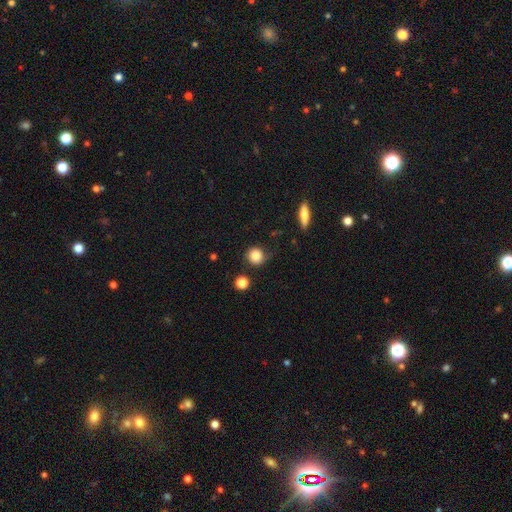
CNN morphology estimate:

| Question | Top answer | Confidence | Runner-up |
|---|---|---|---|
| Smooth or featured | smooth | 84% | star or artifact (10%) |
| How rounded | round | 90% | in between (9%) |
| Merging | none | 77% | minor disturbance (16%) |